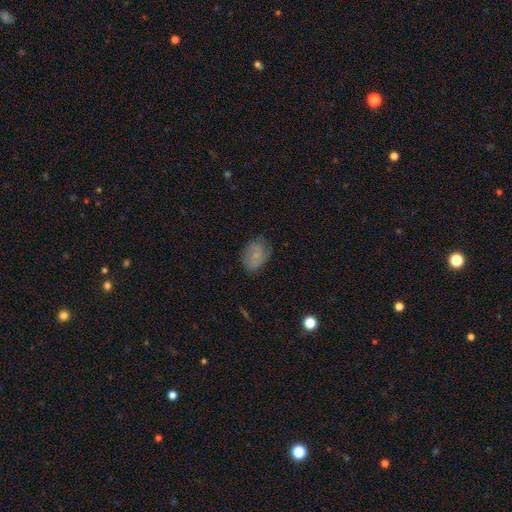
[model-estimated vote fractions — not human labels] Morphology: type=smooth (67%); roundness=in between (72%); merging=none (68%).